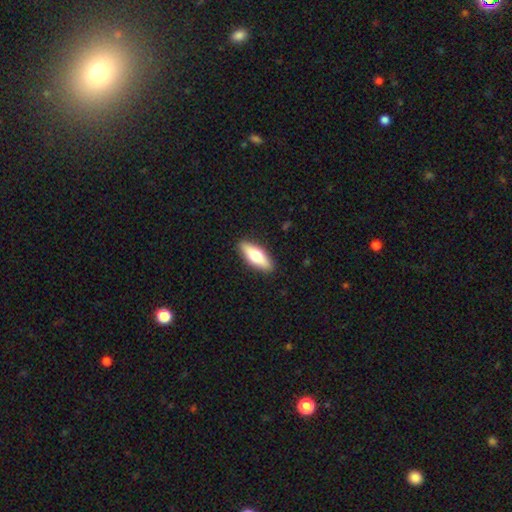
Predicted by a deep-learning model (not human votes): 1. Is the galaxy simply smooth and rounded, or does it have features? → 59% smooth, 35% featured or disk, 6% star or artifact.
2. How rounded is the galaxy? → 54% in between, 43% cigar-shaped, 2% round.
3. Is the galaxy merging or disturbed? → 90% none, 7% minor disturbance, 2% major disturbance, 1% merger.